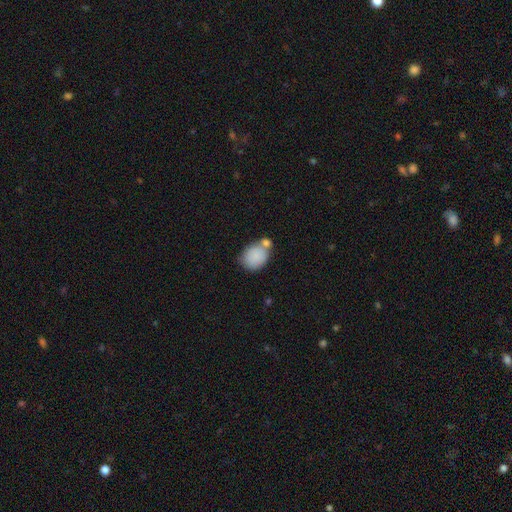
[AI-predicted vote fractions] Smooth or featured? smooth (85%)
How rounded? round (52%)
Merging? none (45%)